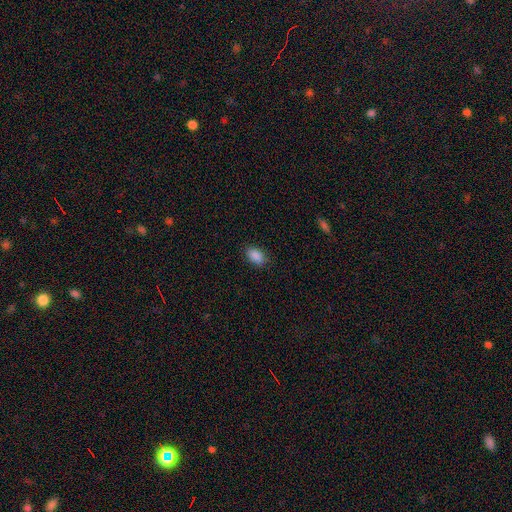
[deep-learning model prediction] Smooth or featured? Predicted: smooth (p=0.89). How rounded? Predicted: in between (p=0.89). Merging? Predicted: none (p=0.87).